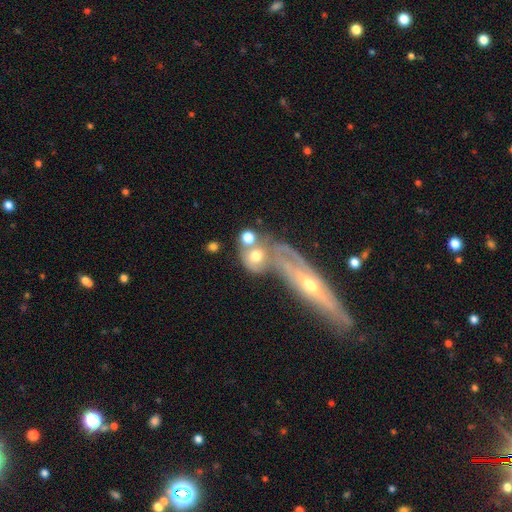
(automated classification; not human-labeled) A smooth galaxy with no disk features (57%) that is round (63%). Merging: merger (51%).